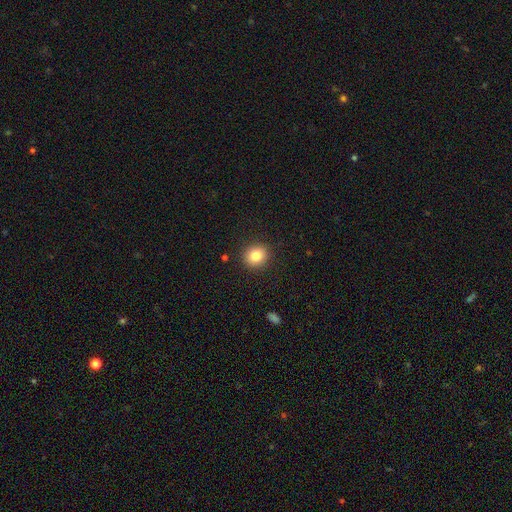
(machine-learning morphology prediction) This appears to be a smooth galaxy with no disk features (83%) that is round (82%). Merging: none (91%).